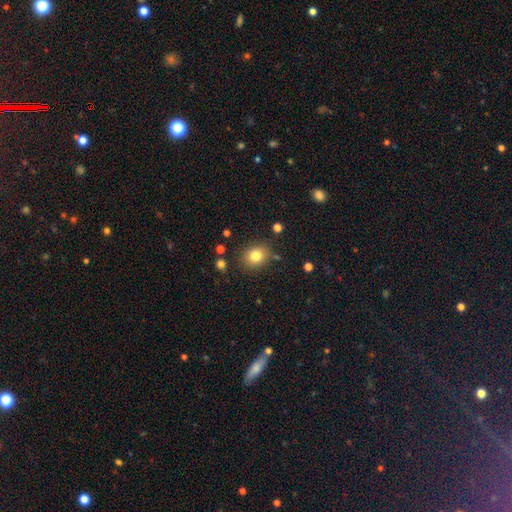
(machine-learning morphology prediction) type=smooth (81%); roundness=round (65%); merging=none (82%).